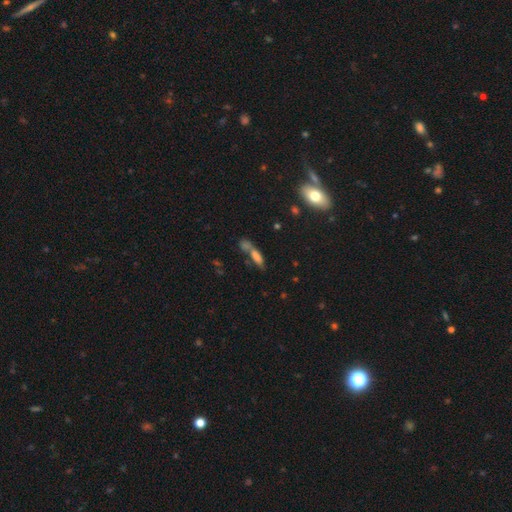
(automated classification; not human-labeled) smooth-or-featured: smooth: 63% | featured or disk: 20% | star or artifact: 17%
  how-rounded: cigar-shaped: 55% | in between: 40% | round: 5%
  merging: none: 42% | merger: 38% | minor disturbance: 13% | major disturbance: 8%